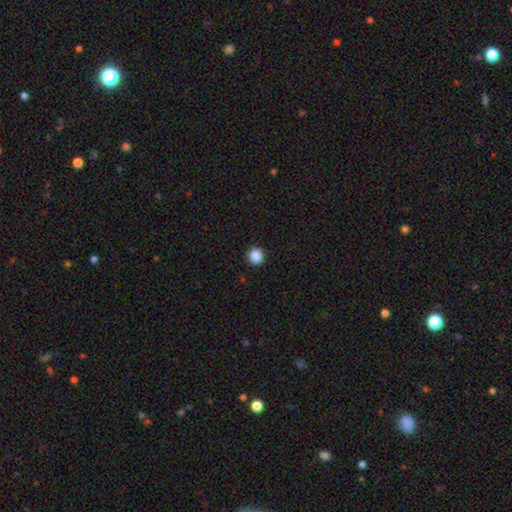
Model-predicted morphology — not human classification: smooth 88%, star or artifact 10%, featured or disk 2%. Down the decision tree: how rounded — round (93%); merging — none (92%).